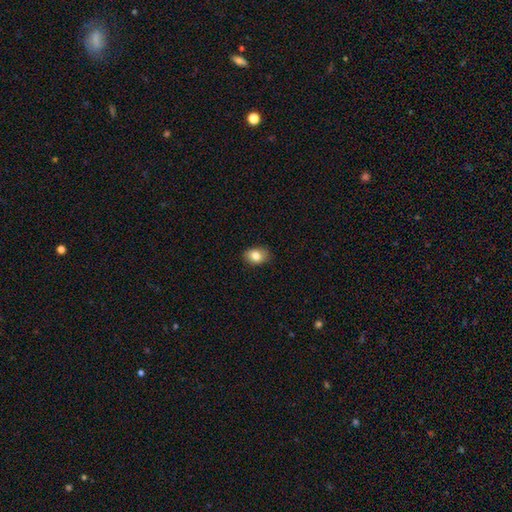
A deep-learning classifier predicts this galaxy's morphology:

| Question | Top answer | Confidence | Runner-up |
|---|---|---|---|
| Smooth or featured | smooth | 82% | featured or disk (10%) |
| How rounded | in between | 77% | round (22%) |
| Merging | none | 83% | minor disturbance (13%) |